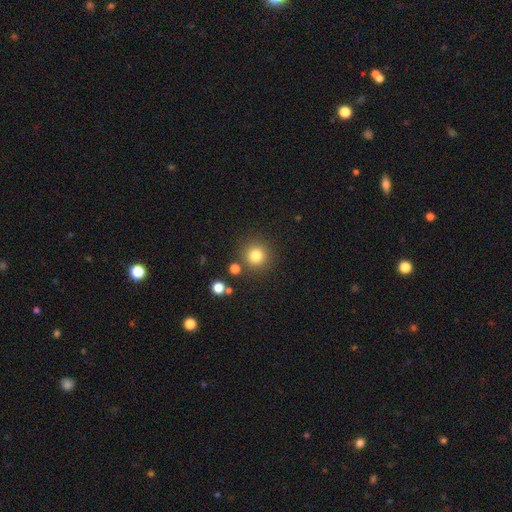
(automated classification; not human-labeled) The model was most divided on "smooth or featured": smooth: 80%, star or artifact: 13%, featured or disk: 7%. More confident: how rounded — round (94%); merging — none (85%).